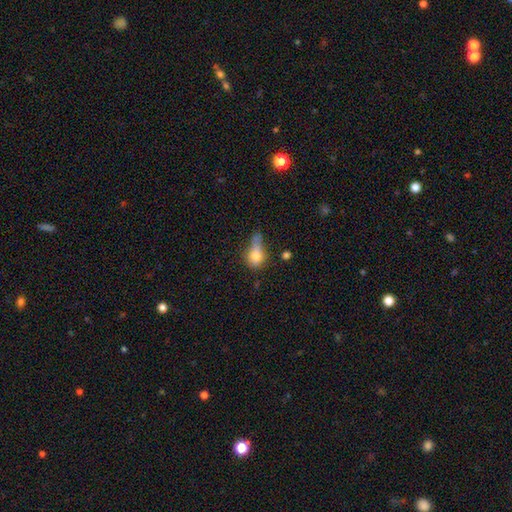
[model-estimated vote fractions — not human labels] A smooth galaxy with no disk features (73%) that is in between round and cigar-shaped (49%).

Vote fractions:
- Smooth or featured? smooth: 73% / featured or disk: 17% / star or artifact: 11%
- How rounded? in between: 49% / round: 45% / cigar-shaped: 6%
- Merging? major disturbance: 30% / minor disturbance: 28% / none: 26% / merger: 16%